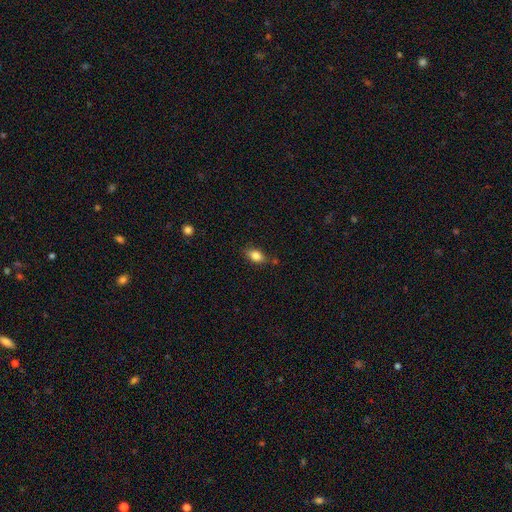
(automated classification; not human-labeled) A smooth galaxy with no disk features (82%) that is in between round and cigar-shaped (83%). Merging: none (74%).